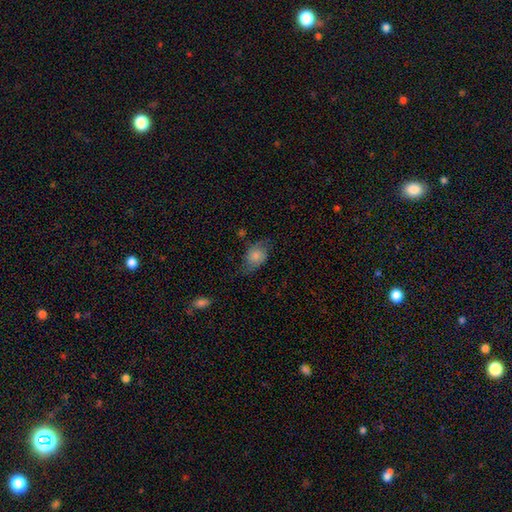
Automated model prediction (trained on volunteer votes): smooth 68%, featured or disk 24%, star or artifact 8%. Down the decision tree: how rounded — in between (71%); merging — none (55%).